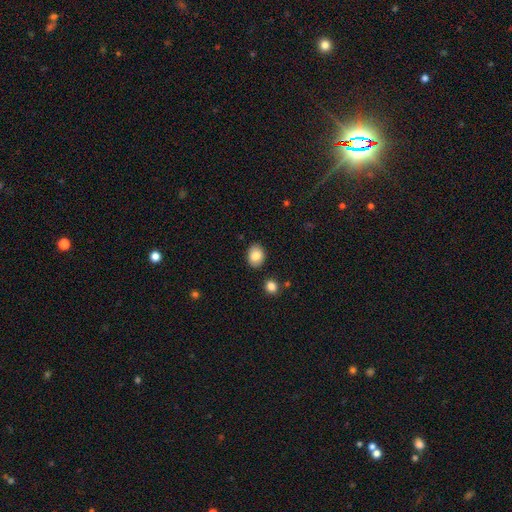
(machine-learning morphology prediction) This appears to be a smooth galaxy with no disk features (84%) that is in between round and cigar-shaped (63%). Merging: none (87%).